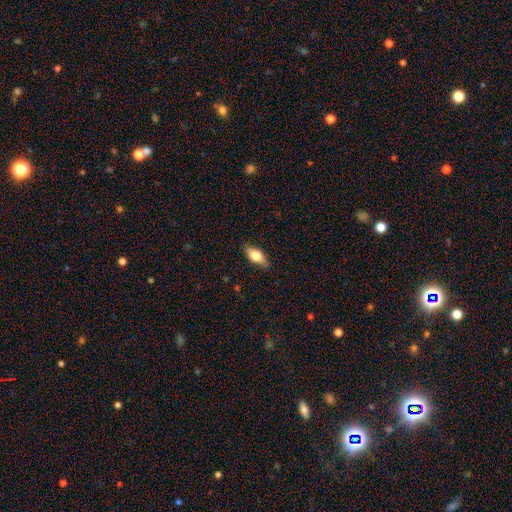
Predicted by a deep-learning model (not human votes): Overall: smooth (69%). How rounded: in between (83%). Merging: none (84%).